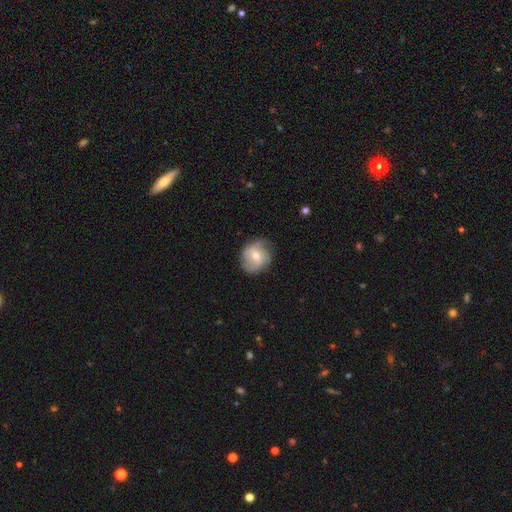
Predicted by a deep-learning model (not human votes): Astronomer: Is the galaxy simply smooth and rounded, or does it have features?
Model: featured or disk — 50% (runner-up: smooth, 42%).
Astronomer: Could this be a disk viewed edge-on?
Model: no — 96%.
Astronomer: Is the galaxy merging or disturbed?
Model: none — 67%.